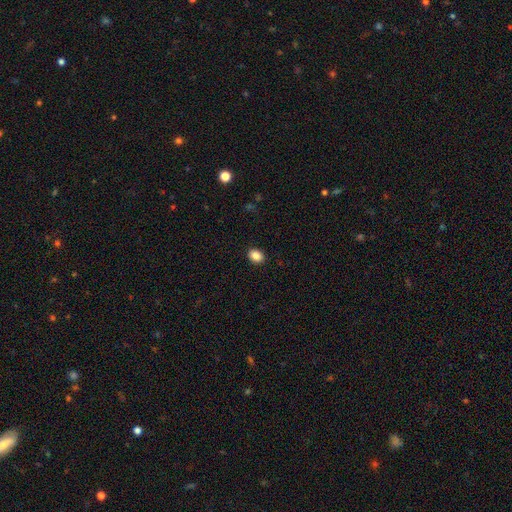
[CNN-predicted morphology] Q: Smooth or featured?
A: smooth (87%); runner-up: star or artifact (9%)
Q: How rounded?
A: in between (65%); runner-up: round (34%)
Q: Merging?
A: none (91%); runner-up: minor disturbance (6%)